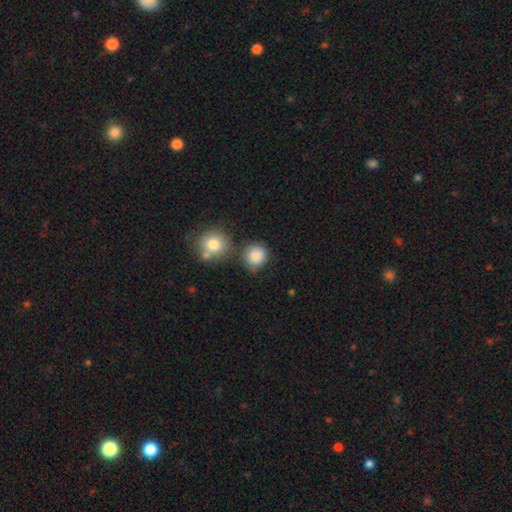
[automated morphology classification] The model was most divided on "merging": none: 66%, minor disturbance: 16%, merger: 12%, major disturbance: 5%. More confident: how rounded — round (90%); smooth or featured — smooth (86%).